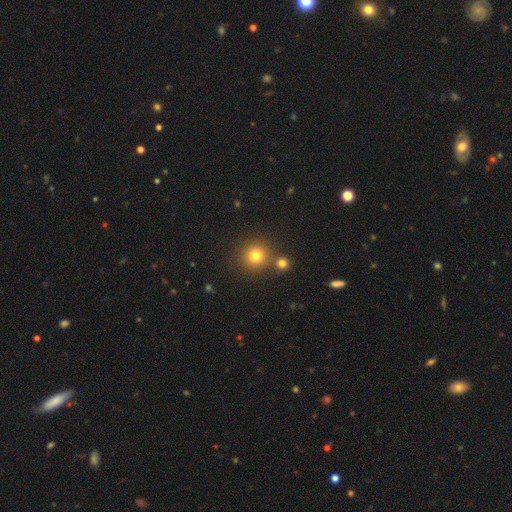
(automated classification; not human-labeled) smooth_or_featured: smooth (p=0.78) [alt: star or artifact p=0.15]
how_rounded: round (p=0.92) [alt: in between p=0.07]
merging: none (p=0.77) [alt: merger p=0.13]